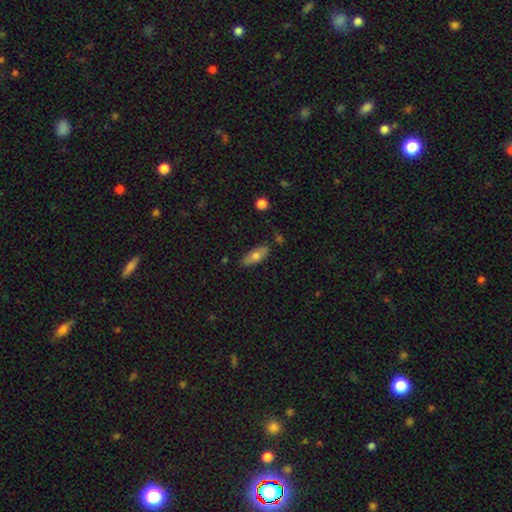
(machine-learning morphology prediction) Smooth or featured? smooth (67%)
How rounded? in between (77%)
Merging? none (76%)